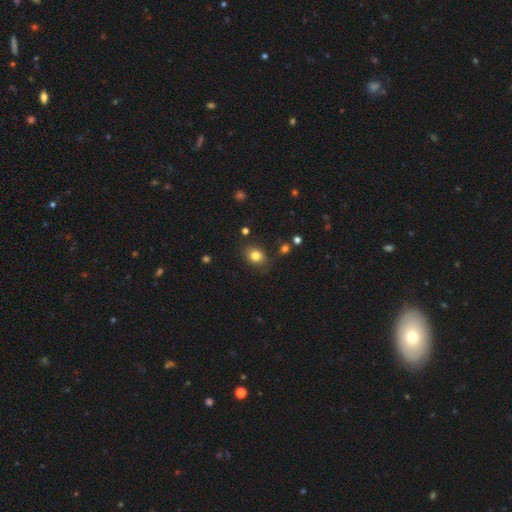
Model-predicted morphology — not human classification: Smooth or featured: smooth — 81% (star or artifact — 11%)
How rounded: round — 52% (in between — 47%)
Merging: none — 80% (minor disturbance — 14%)